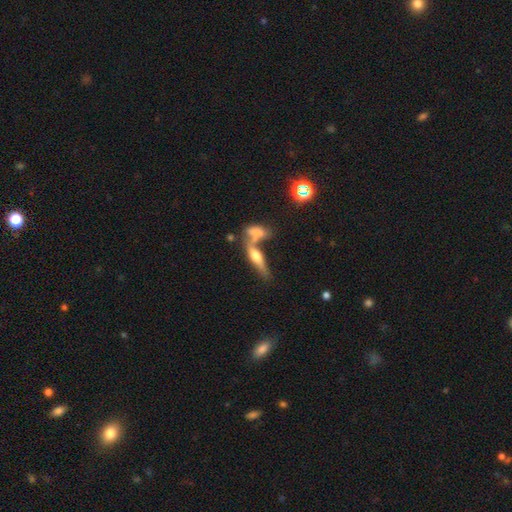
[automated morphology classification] Smooth or featured? Predicted: featured or disk (p=0.49). Merging? Predicted: merger (p=0.46).